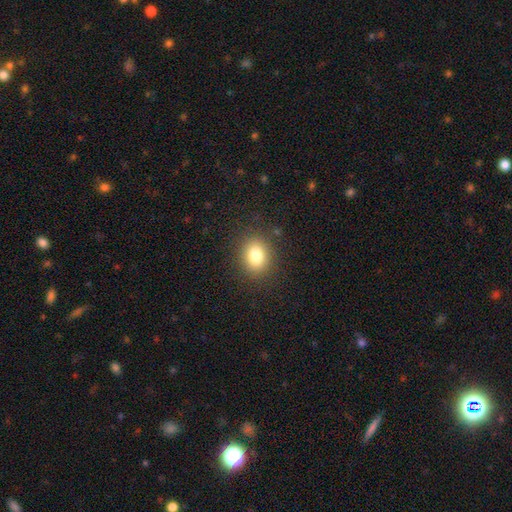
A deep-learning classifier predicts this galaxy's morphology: Smooth or featured?
  - smooth: 81% *
  - star or artifact: 11%
  - featured or disk: 8%
How rounded?
  - in between: 50% *
  - round: 49%
  - cigar-shaped: 1%
Merging?
  - none: 87% *
  - minor disturbance: 9%
  - major disturbance: 3%
  - merger: 1%